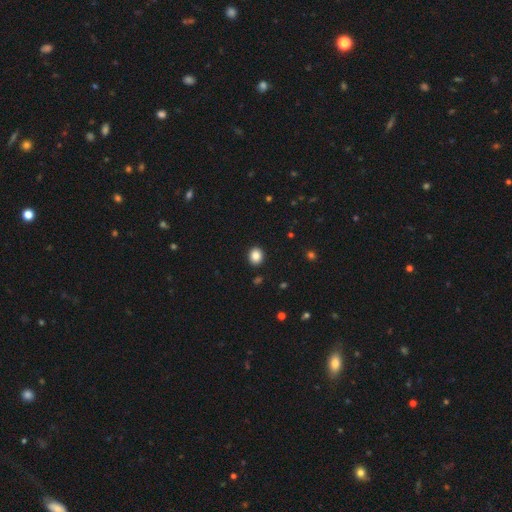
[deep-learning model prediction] The model was most divided on "how rounded": round: 64%, in between: 35%, cigar-shaped: 1%. More confident: merging — none (91%); smooth or featured — smooth (86%).